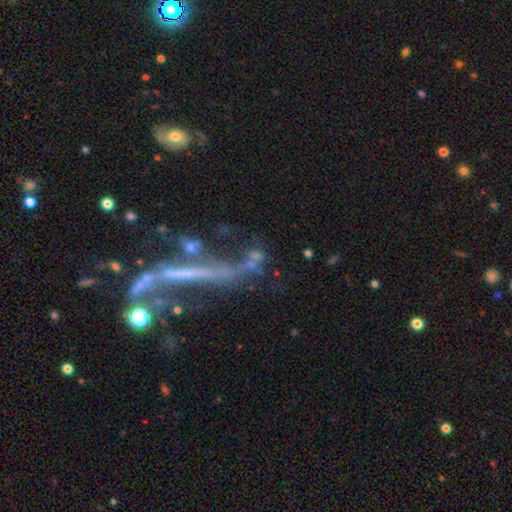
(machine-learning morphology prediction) Smooth or featured: featured or disk — 46% (smooth — 31%)
Merging: none — 37% (merger — 26%)